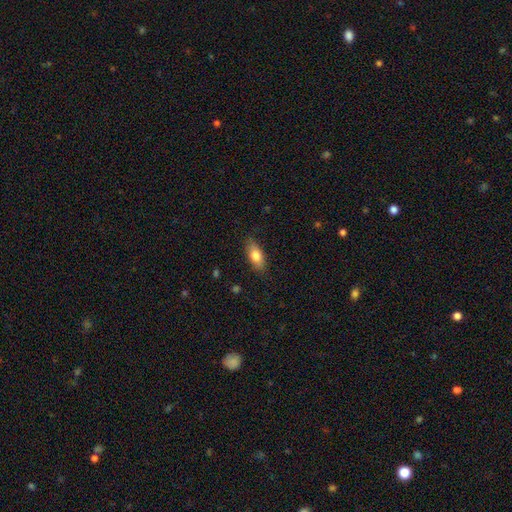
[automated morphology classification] Smooth or featured? smooth (76%)
How rounded? in between (81%)
Merging? none (81%)